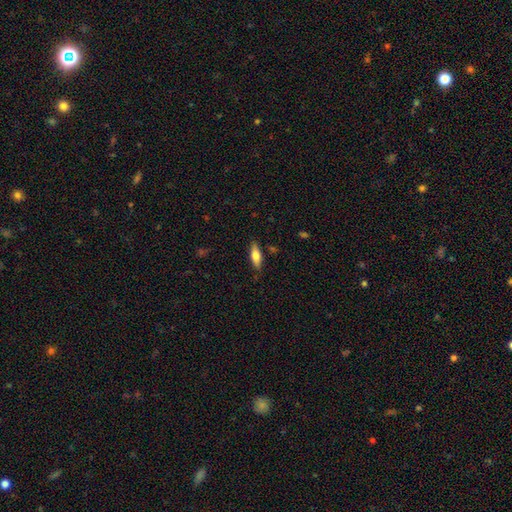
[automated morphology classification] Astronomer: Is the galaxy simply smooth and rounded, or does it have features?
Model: smooth — 64%.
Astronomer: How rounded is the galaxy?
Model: in between — 55% (runner-up: cigar-shaped, 42%).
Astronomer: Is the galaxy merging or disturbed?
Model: none — 84%.